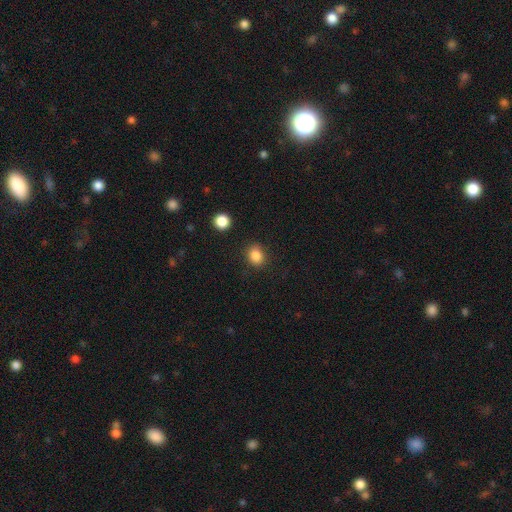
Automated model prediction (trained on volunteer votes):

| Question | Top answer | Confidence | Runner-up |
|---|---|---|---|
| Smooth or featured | smooth | 85% | star or artifact (11%) |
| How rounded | round | 63% | in between (36%) |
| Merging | none | 85% | minor disturbance (10%) |